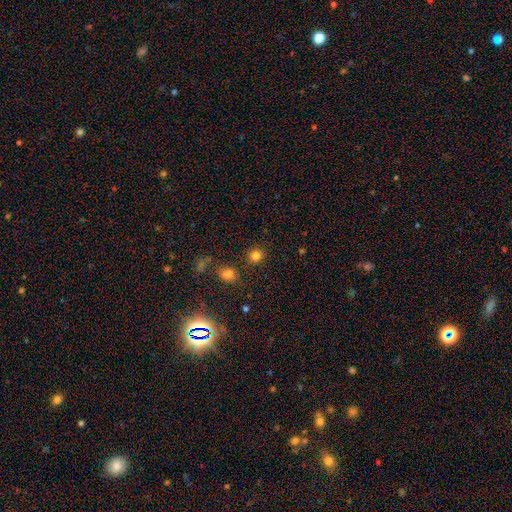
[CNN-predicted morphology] The model was most divided on "smooth or featured": smooth: 80%, star or artifact: 15%, featured or disk: 5%. More confident: merging — none (86%); how rounded — round (86%).